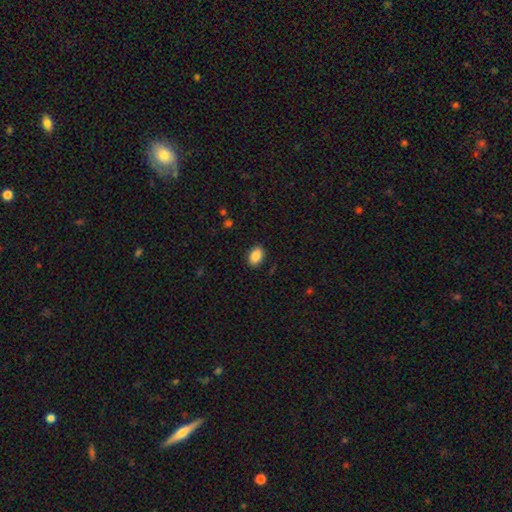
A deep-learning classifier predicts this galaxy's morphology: smooth-or-featured: smooth: 88% | star or artifact: 8% | featured or disk: 5%
  how-rounded: in between: 85% | round: 14% | cigar-shaped: 1%
  merging: none: 89% | minor disturbance: 8% | major disturbance: 2% | merger: 1%